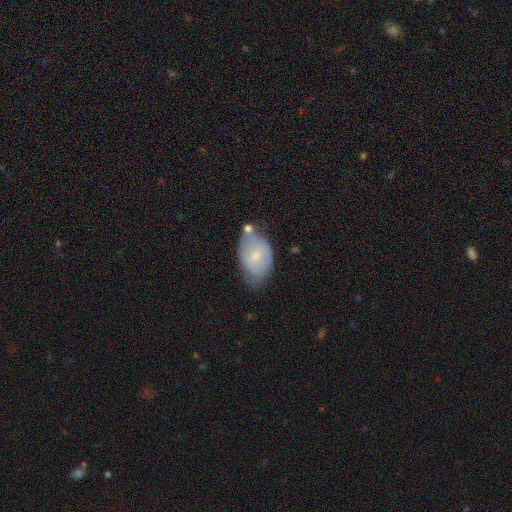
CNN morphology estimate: Smooth or featured? Predicted: smooth (p=0.56). How rounded? Predicted: in between (p=0.87). Merging? Predicted: none (p=0.48).